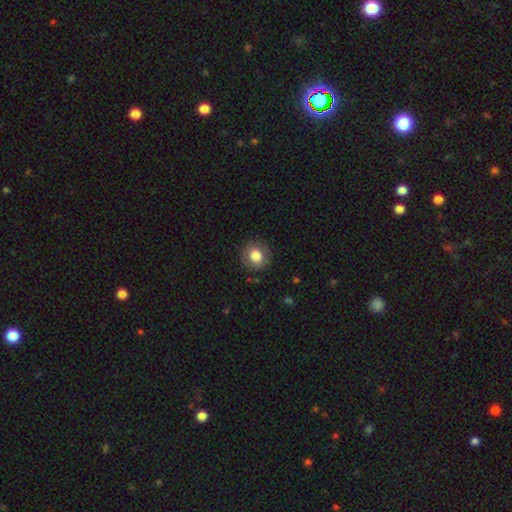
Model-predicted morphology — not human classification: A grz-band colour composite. It shows a smooth galaxy with no disk features (78%) that is round (85%). Merging: none (86%).